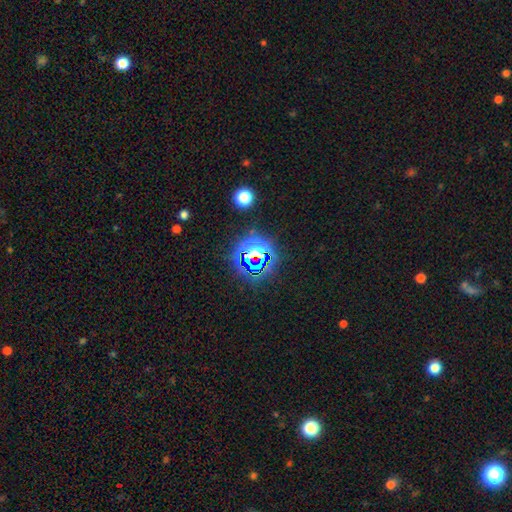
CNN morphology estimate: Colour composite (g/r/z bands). It shows a star or artifact, not a galaxy (74%).